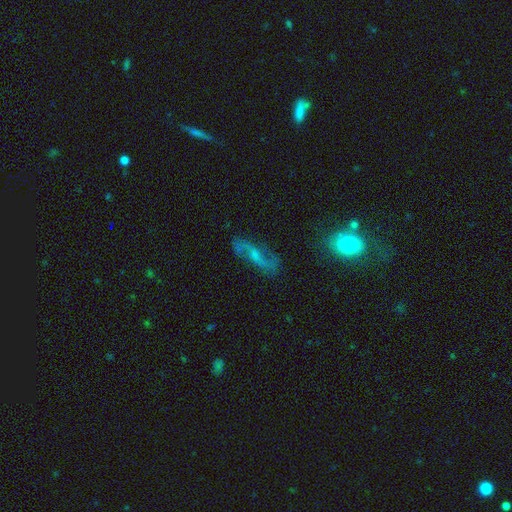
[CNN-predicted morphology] Overall: featured or disk (78%). Edge-on disk: no (92%). Bar: weak (47%; no 33%). Spiral arms: yes (93%). Spiral arm count: 2 (91%). Spiral winding: loose (63%; medium 29%). Bulge size: small (47%; moderate 25%). Merging: none (75%).